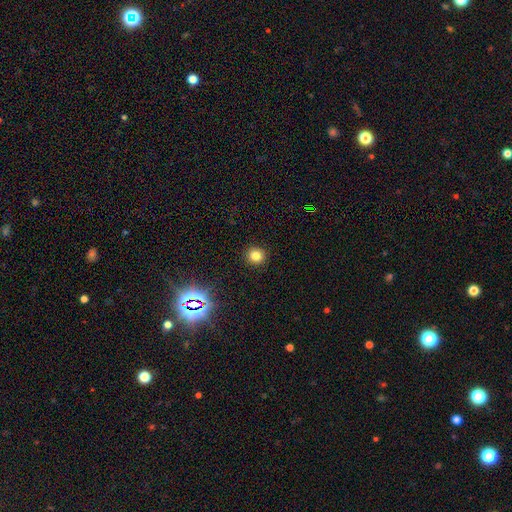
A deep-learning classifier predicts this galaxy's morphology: Smooth or featured: smooth — 77% (star or artifact — 17%)
How rounded: round — 91% (in between — 8%)
Merging: none — 92% (minor disturbance — 5%)